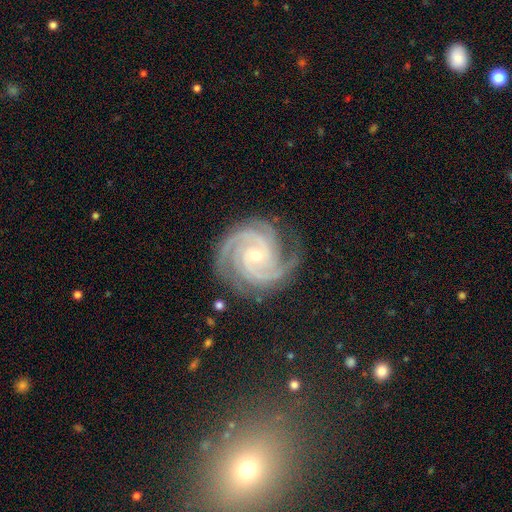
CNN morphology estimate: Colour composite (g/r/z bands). It shows a featured or disk galaxy (93%) with no bar (63%), 3 (51%) tight (72%) spiral arms (99%) and a small central bulge (61%). Merging: none (80%).